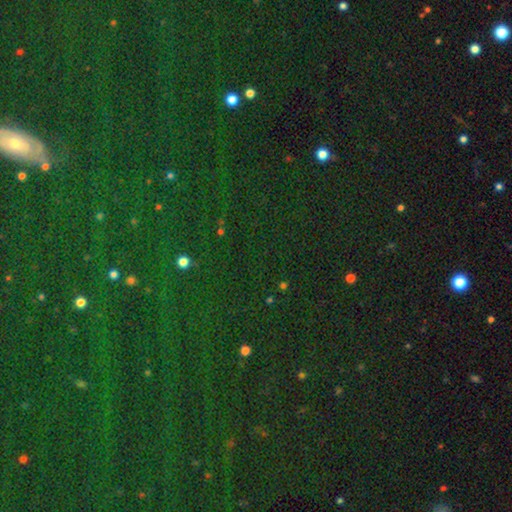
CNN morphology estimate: Smooth or featured: star or artifact — 82% (smooth — 11%)